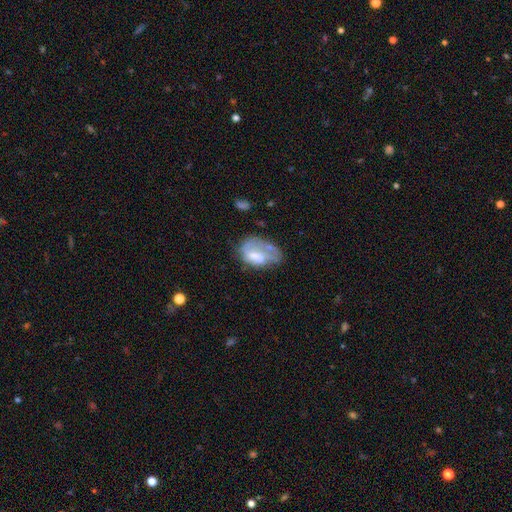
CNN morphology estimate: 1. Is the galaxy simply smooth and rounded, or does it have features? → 47% featured or disk, 45% smooth, 8% star or artifact.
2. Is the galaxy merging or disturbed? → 32% major disturbance, 30% none, 28% minor disturbance, 10% merger.